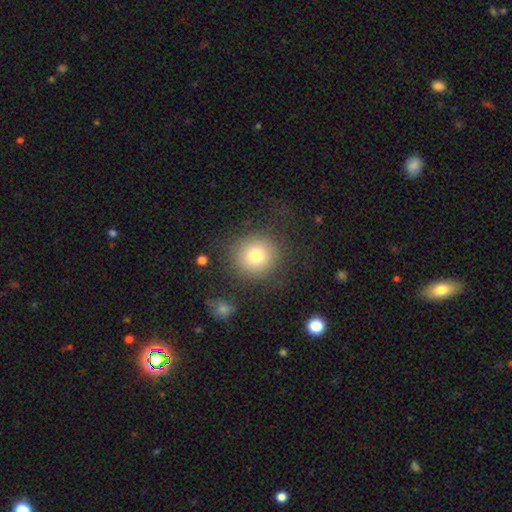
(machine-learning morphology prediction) A smooth galaxy with no disk features (77%) that is round (92%).

Vote fractions:
- Smooth or featured? smooth: 77% / star or artifact: 12% / featured or disk: 12%
- How rounded? round: 92% / in between: 7% / cigar-shaped: 1%
- Merging? none: 81% / minor disturbance: 10% / major disturbance: 6% / merger: 3%